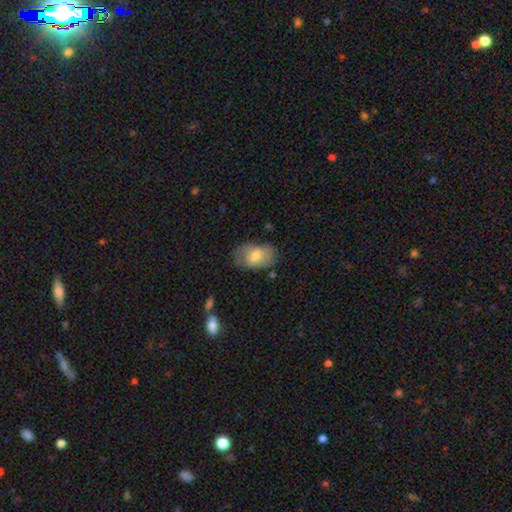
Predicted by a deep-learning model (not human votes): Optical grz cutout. It shows a smooth galaxy with no disk features (70%) that is in between round and cigar-shaped (87%). Merging: none (60%).